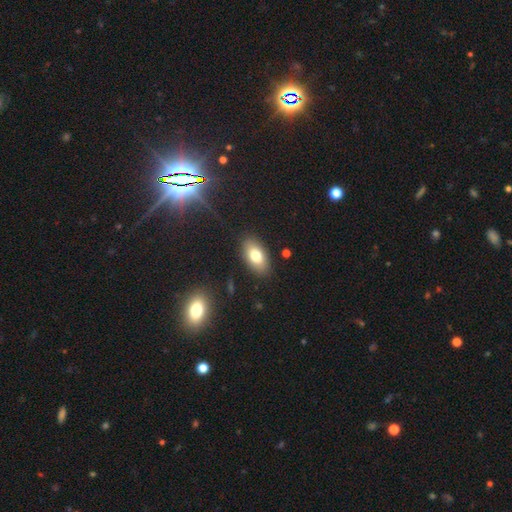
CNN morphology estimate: type=smooth (77%); roundness=in between (92%); merging=none (87%).